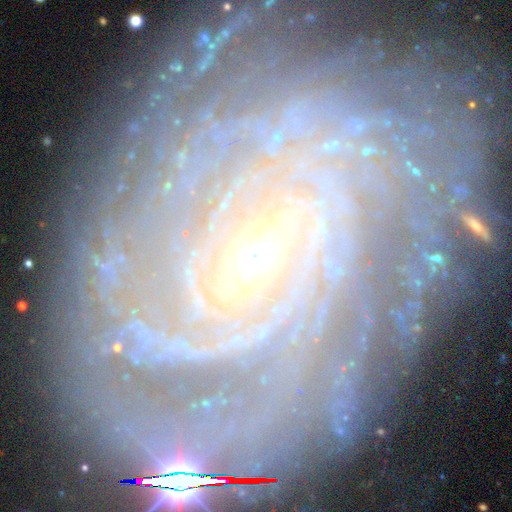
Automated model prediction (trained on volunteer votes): A featured or disk galaxy (91%) with no bar (46%), tight (80%) spiral arms (97%) and a small central bulge (61%). Merging: none (72%).